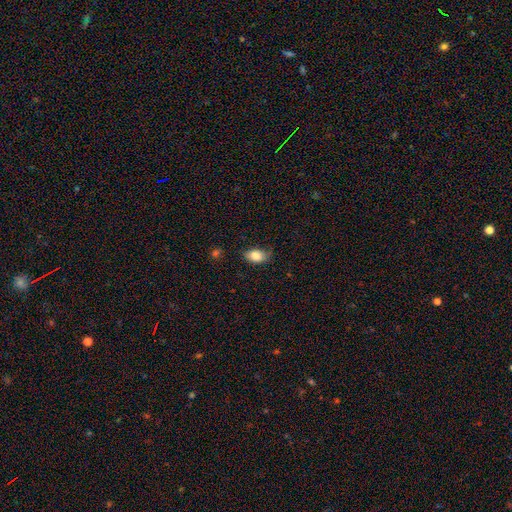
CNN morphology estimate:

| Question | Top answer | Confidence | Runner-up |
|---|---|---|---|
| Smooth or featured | smooth | 84% | featured or disk (8%) |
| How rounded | in between | 87% | round (12%) |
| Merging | none | 64% | minor disturbance (28%) |